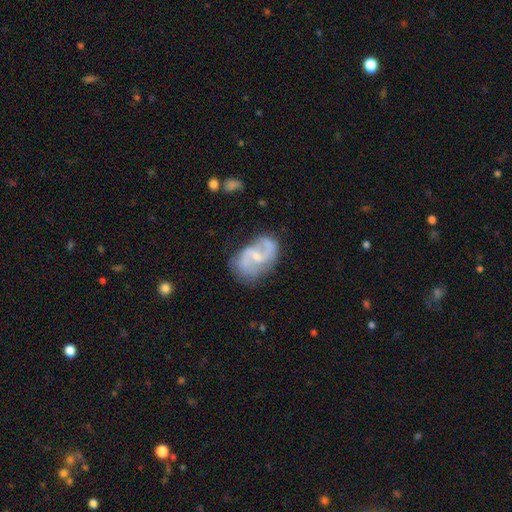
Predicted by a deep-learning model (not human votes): Morphology: type=featured or disk (83%); edge-on=no (97%); bar=weak (52%); spiral arms=yes (93%); winding=medium (46%); arm count=2 (88%); bulge=small (56%); merging=none (70%).